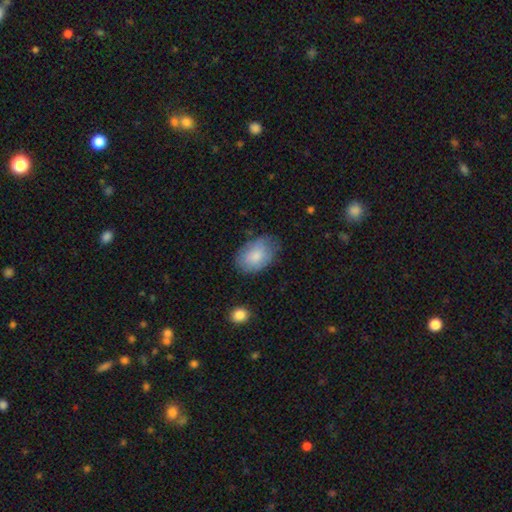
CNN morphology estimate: The model was most divided on "merging": none: 68%, minor disturbance: 24%, major disturbance: 6%, merger: 2%. More confident: how rounded — in between (86%); smooth or featured — smooth (77%).